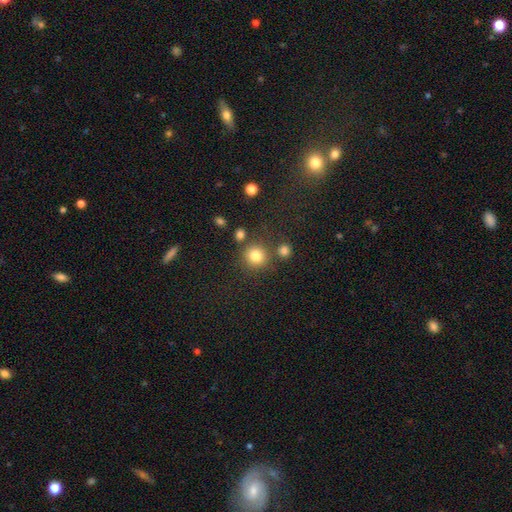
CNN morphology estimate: smooth_or_featured: smooth (p=0.81) [alt: star or artifact p=0.13]
how_rounded: round (p=0.91) [alt: in between p=0.08]
merging: none (p=0.77) [alt: merger p=0.10]